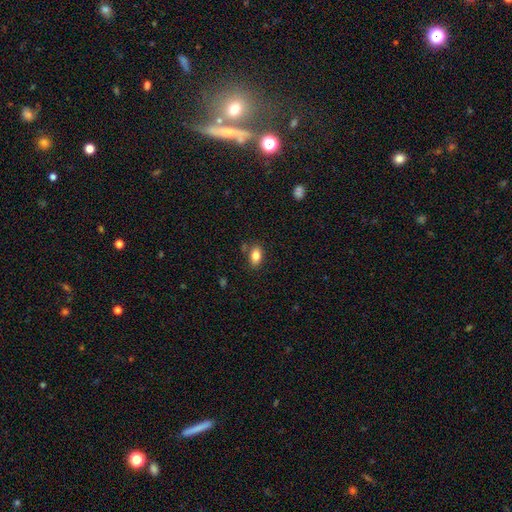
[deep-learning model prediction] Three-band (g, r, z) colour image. It shows a smooth galaxy with no disk features (83%) that is in between round and cigar-shaped (88%). Merging: none (79%).